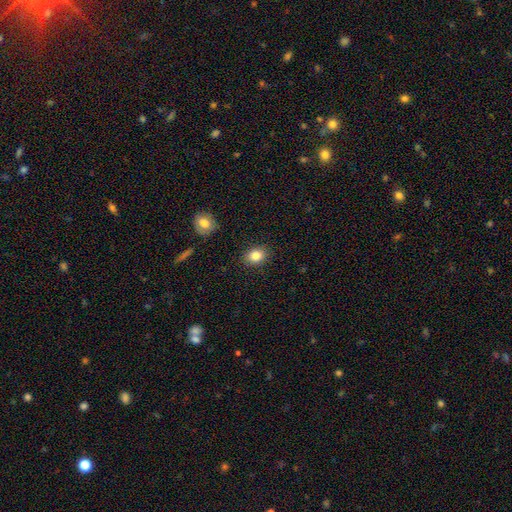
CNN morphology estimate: A smooth galaxy with no disk features (84%) that is in between round and cigar-shaped (58%).

Vote fractions:
- Smooth or featured? smooth: 84% / star or artifact: 9% / featured or disk: 6%
- How rounded? in between: 58% / round: 41% / cigar-shaped: 1%
- Merging? none: 87% / minor disturbance: 9% / major disturbance: 2% / merger: 1%